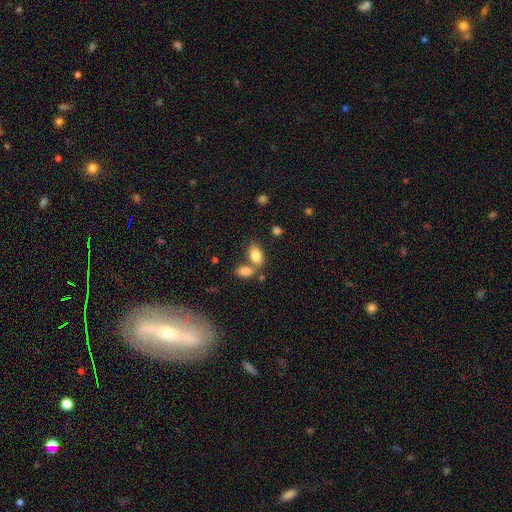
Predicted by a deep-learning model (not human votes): Smooth or featured? smooth (83%)
How rounded? in between (91%)
Merging? none (50%)